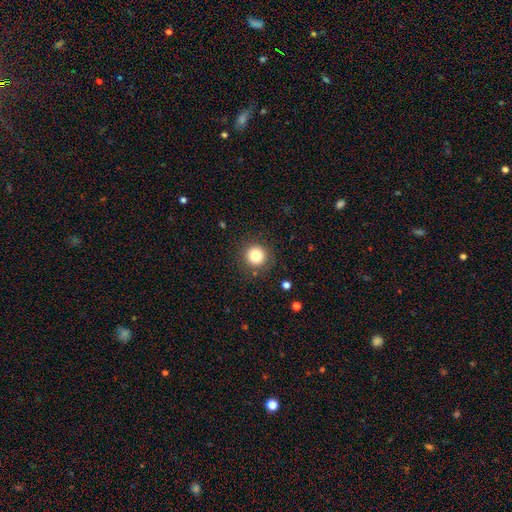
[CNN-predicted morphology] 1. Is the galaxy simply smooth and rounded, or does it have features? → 83% smooth, 11% star or artifact, 6% featured or disk.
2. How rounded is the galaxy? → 95% round, 4% in between, 1% cigar-shaped.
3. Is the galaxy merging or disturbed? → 88% none, 8% minor disturbance, 3% major disturbance, 1% merger.